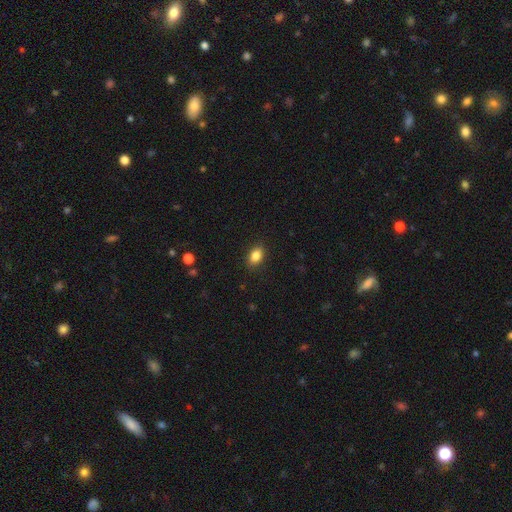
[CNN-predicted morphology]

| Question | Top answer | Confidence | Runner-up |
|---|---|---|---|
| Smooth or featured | smooth | 86% | star or artifact (9%) |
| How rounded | in between | 80% | round (18%) |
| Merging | none | 88% | minor disturbance (8%) |